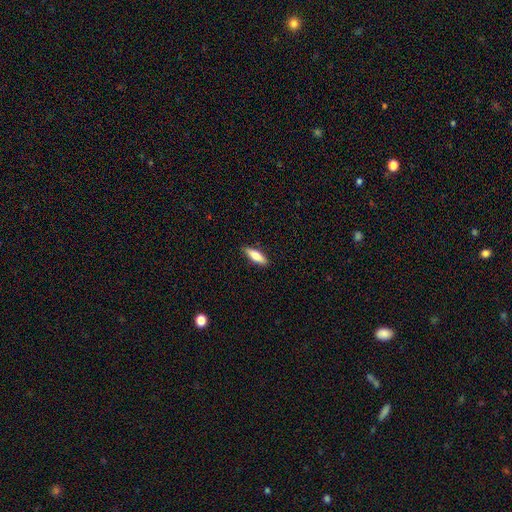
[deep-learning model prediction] Smooth or featured: smooth — 76% (featured or disk — 18%)
How rounded: cigar-shaped — 50% (in between — 48%)
Merging: none — 86% (minor disturbance — 11%)